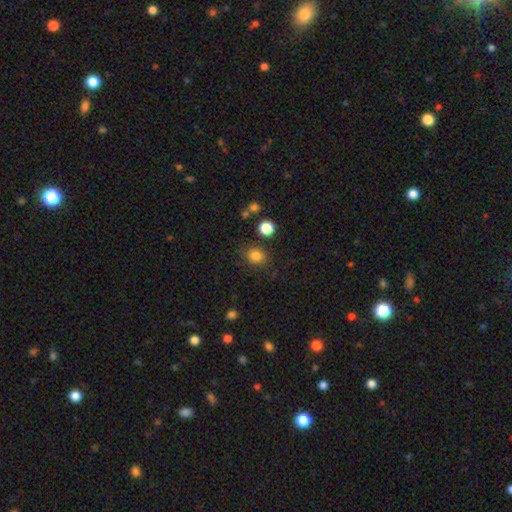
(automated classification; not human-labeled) Overall: smooth (83%). How rounded: round (68%; in between 31%). Merging: none (81%).